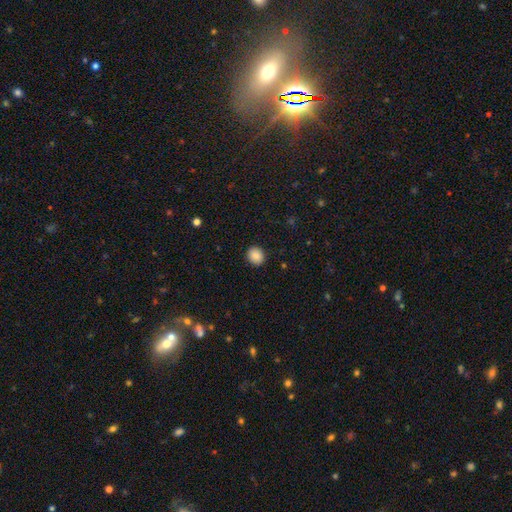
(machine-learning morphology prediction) A smooth galaxy with no disk features (87%) that is round (75%). Merging: none (91%).